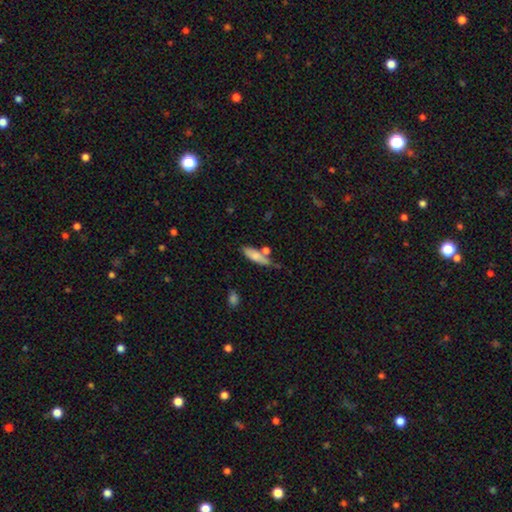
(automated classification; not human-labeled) Smooth or featured?
  - smooth: 76% *
  - featured or disk: 17%
  - star or artifact: 7%
How rounded?
  - cigar-shaped: 52% *
  - in between: 46%
  - round: 2%
Merging?
  - none: 58% *
  - minor disturbance: 20%
  - merger: 17%
  - major disturbance: 5%